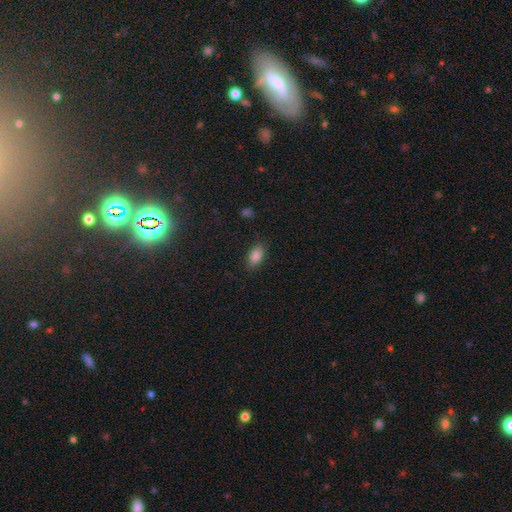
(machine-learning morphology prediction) smooth-or-featured: smooth: 85% | star or artifact: 9% | featured or disk: 5%
  how-rounded: in between: 91% | round: 6% | cigar-shaped: 2%
  merging: none: 84% | minor disturbance: 12% | major disturbance: 3% | merger: 1%